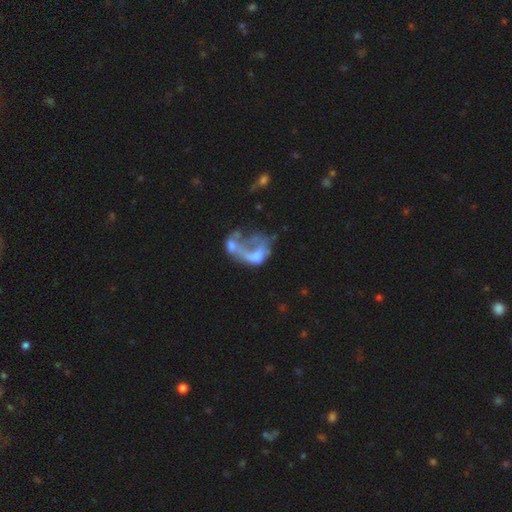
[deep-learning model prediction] Overall: featured or disk (55%; smooth 32%). Edge-on disk: no (97%). Bar: no (86%). Spiral arms: no (88%). Bulge size: none (51%; moderate 24%). Merging: major disturbance (40%; merger 37%).